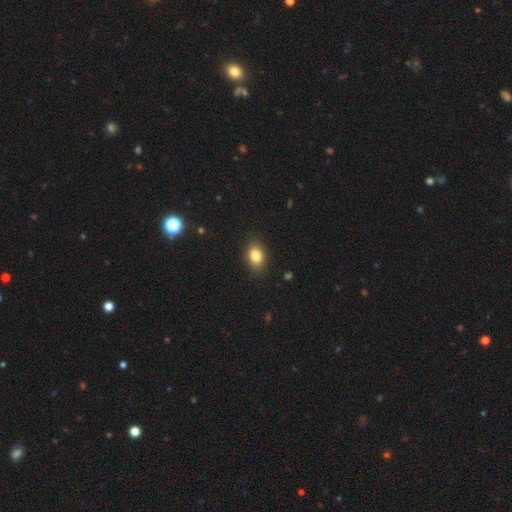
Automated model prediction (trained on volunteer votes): Overall: smooth (83%). How rounded: in between (78%). Merging: none (86%).